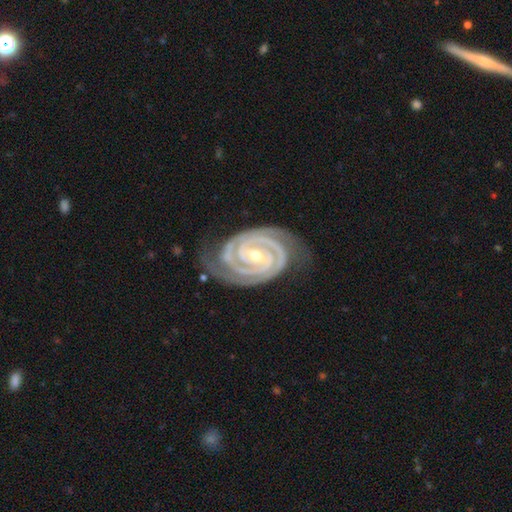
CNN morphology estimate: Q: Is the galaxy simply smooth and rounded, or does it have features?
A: featured or disk — 94%.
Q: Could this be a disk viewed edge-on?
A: no — 98%.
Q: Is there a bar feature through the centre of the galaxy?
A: no — 47%.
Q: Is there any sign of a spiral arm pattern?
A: yes — 99%.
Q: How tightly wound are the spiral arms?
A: tight — 88%.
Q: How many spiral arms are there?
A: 2 — 78%.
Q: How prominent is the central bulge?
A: small — 57%.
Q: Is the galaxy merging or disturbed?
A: none — 77%.